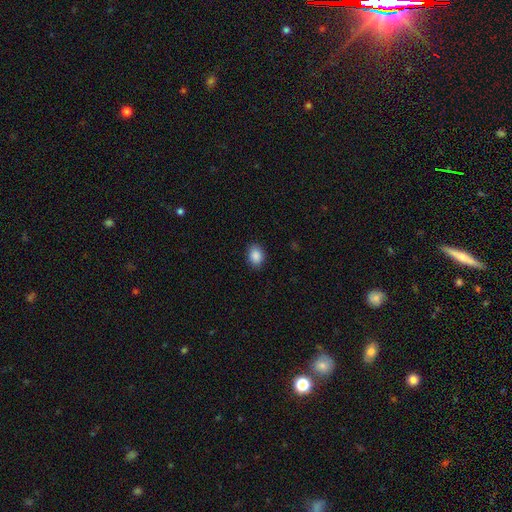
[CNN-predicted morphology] This appears to be a smooth galaxy with no disk features (88%) that is in between round and cigar-shaped (66%). Merging: none (85%).